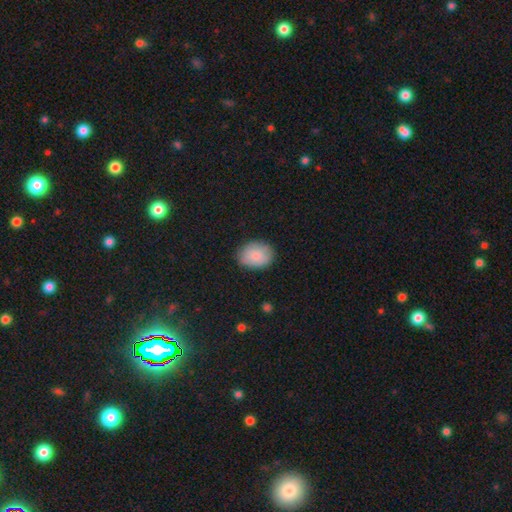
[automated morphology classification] This is clearly a smooth galaxy (85%). How rounded: likely in between (68%). Merging: clearly none (81%).